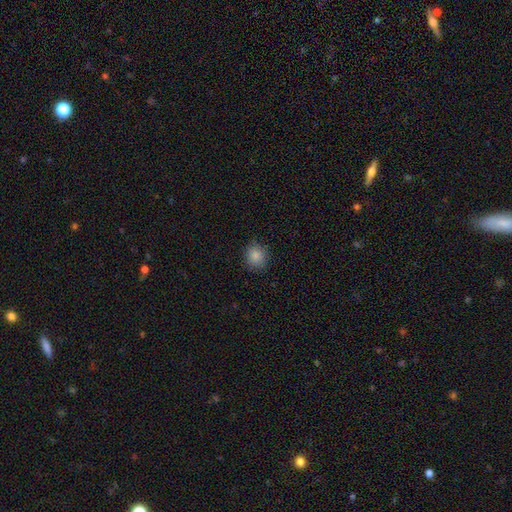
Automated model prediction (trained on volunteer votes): This is clearly a smooth galaxy (86%). How rounded: clearly round (82%). Merging: clearly none (87%).